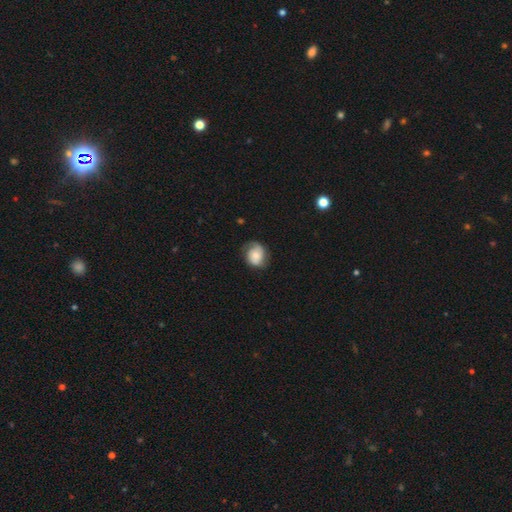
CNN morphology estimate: type=featured or disk (47%); merging=none (59%).